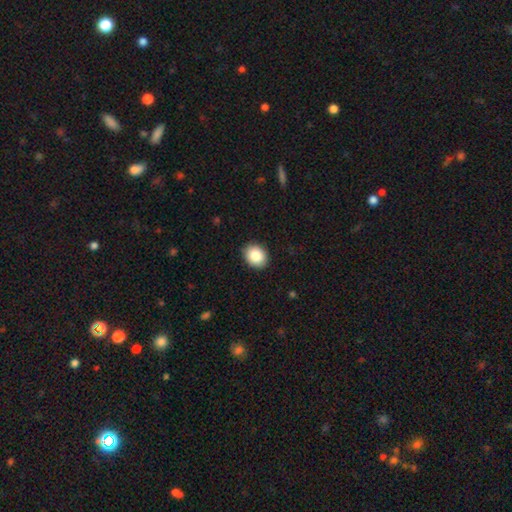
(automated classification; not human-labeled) smooth 86%, star or artifact 8%, featured or disk 6%. Down the decision tree: how rounded — round (53%); merging — none (89%).